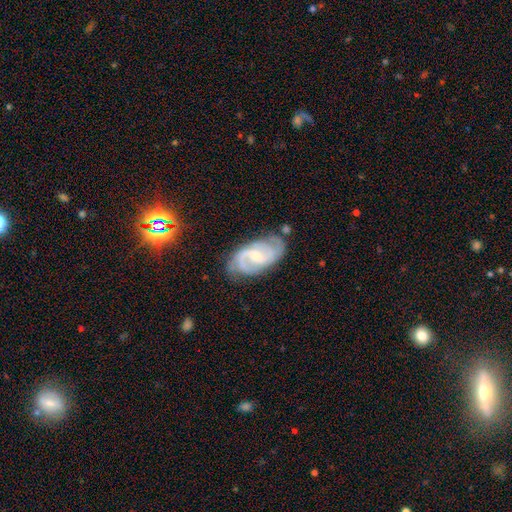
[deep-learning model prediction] Smooth or featured? featured or disk (86%)
Edge-on disk? no (97%)
Bar? weak (52%)
Spiral arms? yes (97%)
Spiral winding? medium (49%)
Spiral arm count? 2 (73%)
Bulge size? small (58%)
Merging? none (72%)